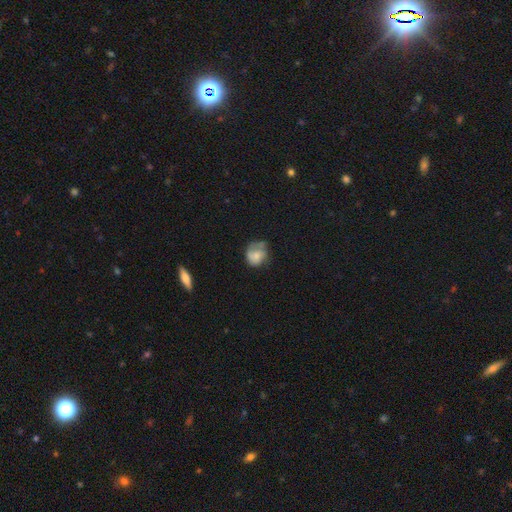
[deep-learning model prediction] Q: Smooth or featured?
A: smooth (58%); runner-up: featured or disk (34%)
Q: How rounded?
A: round (62%); runner-up: in between (37%)
Q: Merging?
A: none (40%); runner-up: minor disturbance (33%)